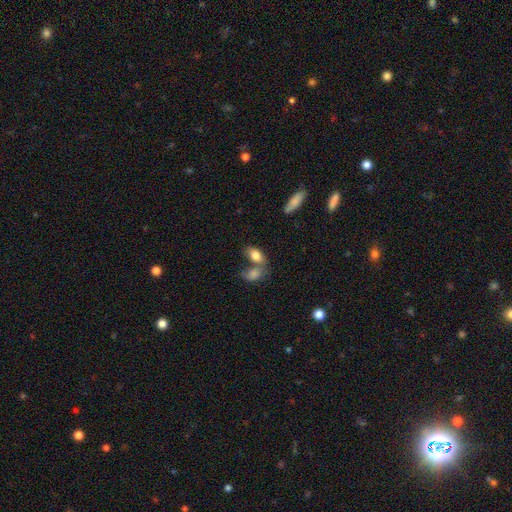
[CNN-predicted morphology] The model was most divided on "merging": merger: 45%, none: 36%, minor disturbance: 12%, major disturbance: 6%. More confident: how rounded — in between (87%); smooth or featured — smooth (81%).